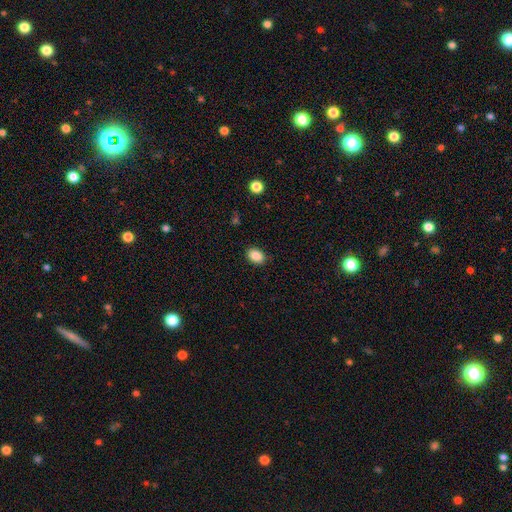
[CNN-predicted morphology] Overall: smooth (88%). How rounded: in between (77%). Merging: none (88%).